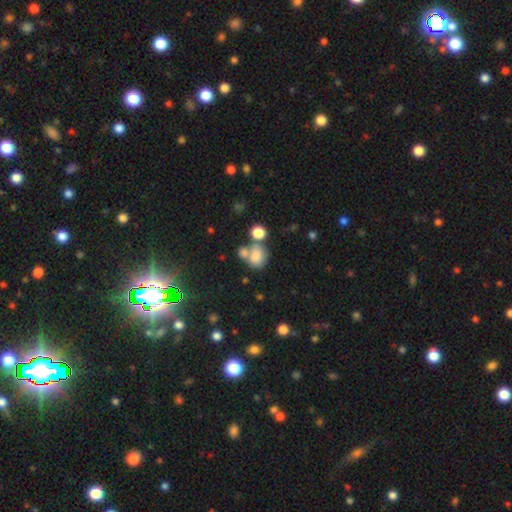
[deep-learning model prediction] Overall: smooth (73%). How rounded: round (54%; in between 45%). Merging: merger (40%; none 39%).